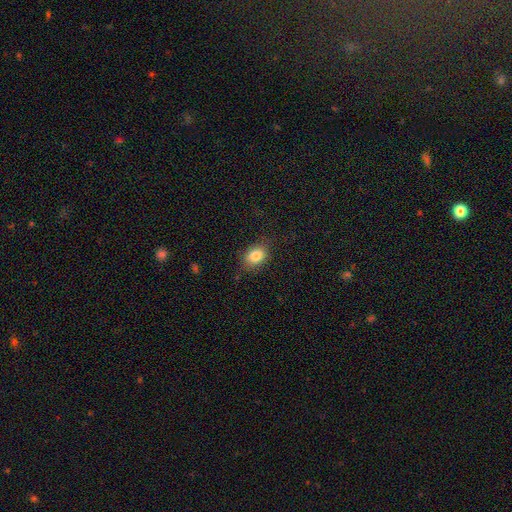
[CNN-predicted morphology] This appears to be a smooth galaxy with no disk features (83%) that is in between round and cigar-shaped (72%). Merging: none (79%).